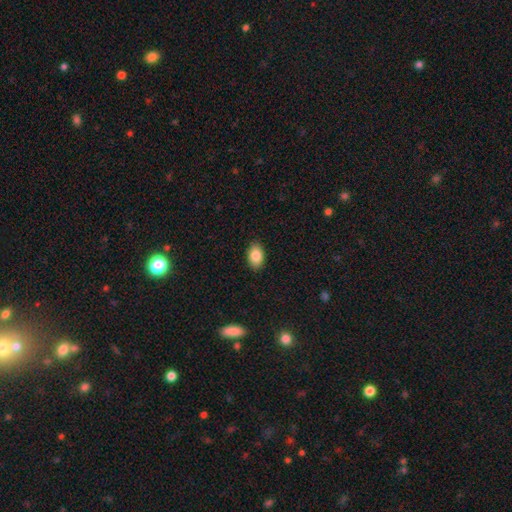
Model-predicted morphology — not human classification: This appears to be a smooth galaxy with no disk features (86%) that is in between round and cigar-shaped (89%). Merging: none (89%).